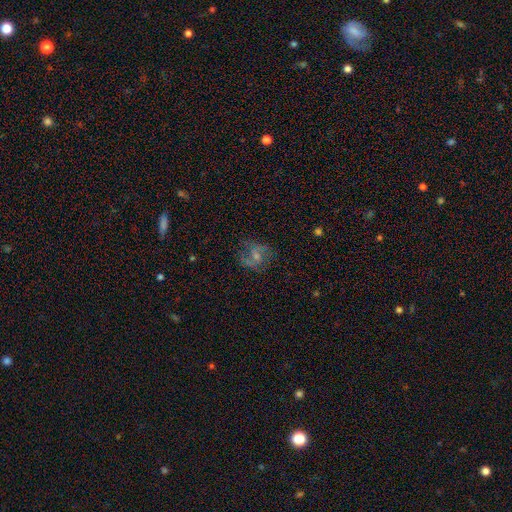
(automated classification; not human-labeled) A featured or disk galaxy (50%). Merging: none (58%).